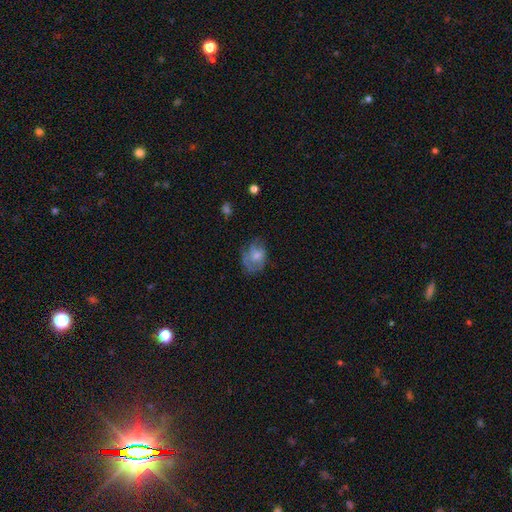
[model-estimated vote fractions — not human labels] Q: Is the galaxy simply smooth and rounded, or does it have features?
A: smooth — 60%.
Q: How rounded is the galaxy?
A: in between — 63%.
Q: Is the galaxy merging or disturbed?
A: none — 48%.